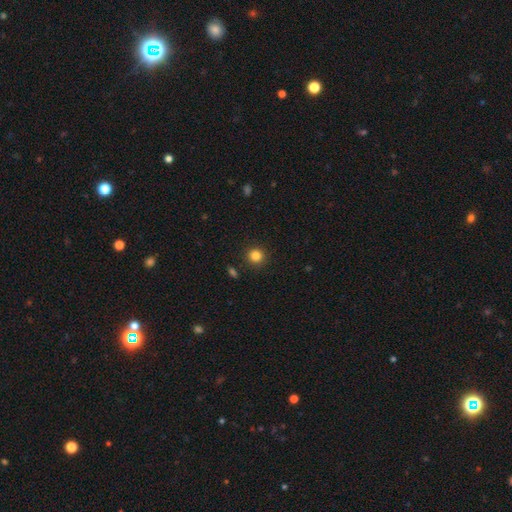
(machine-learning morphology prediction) This is clearly a smooth galaxy (84%). How rounded: clearly round (92%). Merging: clearly none (90%).